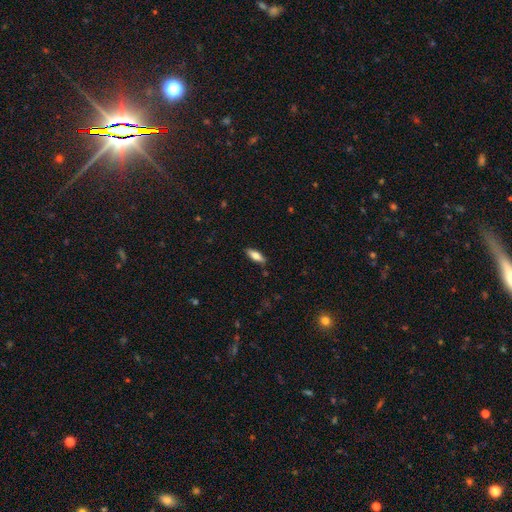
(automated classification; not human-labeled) Morphology: type=smooth (70%); roundness=in between (65%); merging=none (86%).